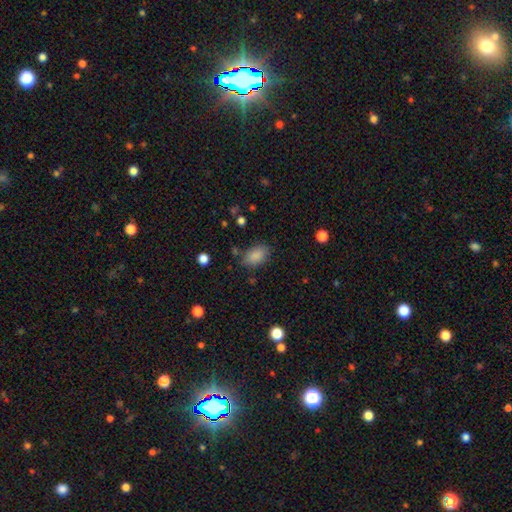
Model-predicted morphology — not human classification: This is clearly a smooth galaxy (86%). How rounded: clearly in between (90%). Merging: likely none (78%).